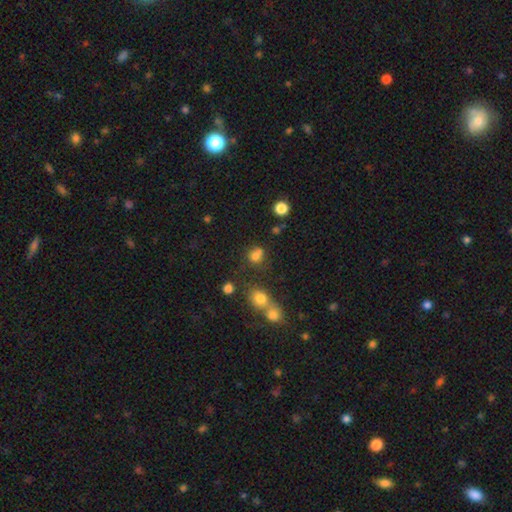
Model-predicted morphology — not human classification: This is likely a smooth galaxy (73%). How rounded: likely round (65%). Merging: possibly none (48%).